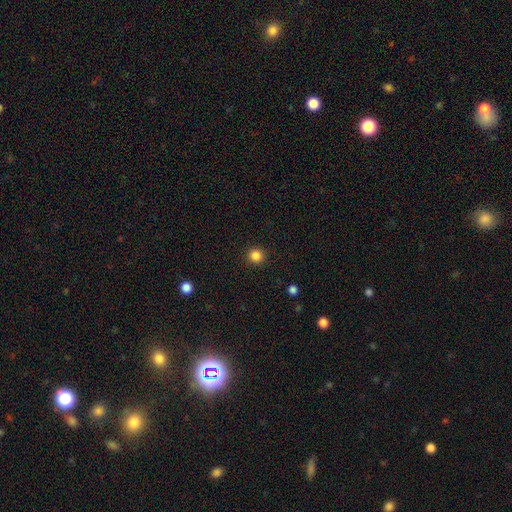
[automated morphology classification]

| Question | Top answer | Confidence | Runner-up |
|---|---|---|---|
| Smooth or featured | smooth | 85% | star or artifact (12%) |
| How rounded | round | 93% | in between (6%) |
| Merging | none | 92% | minor disturbance (5%) |